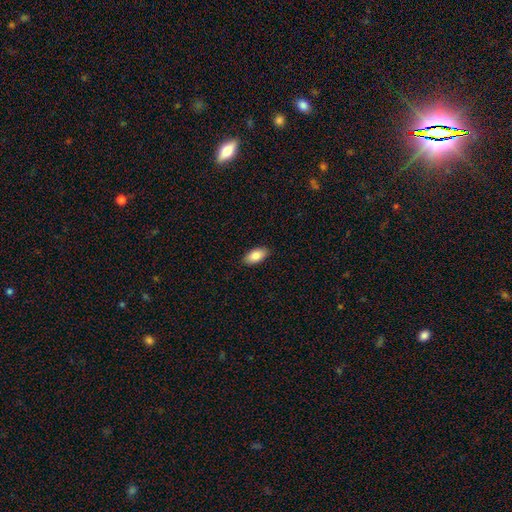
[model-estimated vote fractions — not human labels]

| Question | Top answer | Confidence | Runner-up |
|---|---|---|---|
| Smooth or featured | smooth | 85% | featured or disk (8%) |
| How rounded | in between | 93% | cigar-shaped (4%) |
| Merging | none | 89% | minor disturbance (8%) |